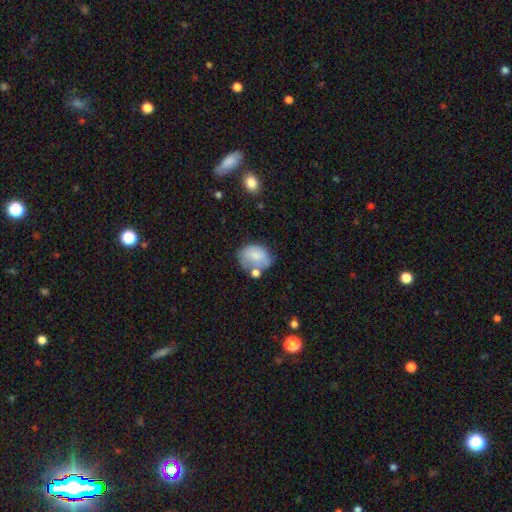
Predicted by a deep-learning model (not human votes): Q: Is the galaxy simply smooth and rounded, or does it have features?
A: smooth — 70%.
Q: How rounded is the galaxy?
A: in between — 57%.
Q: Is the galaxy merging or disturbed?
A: none — 41%.